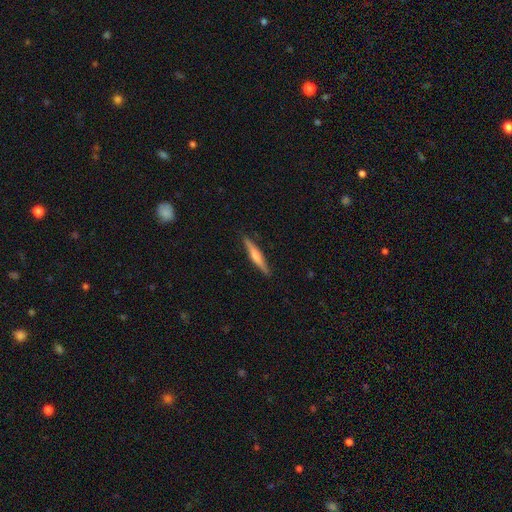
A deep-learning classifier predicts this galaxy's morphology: smooth_or_featured: smooth (p=0.48) [alt: featured or disk p=0.47]
merging: none (p=0.89) [alt: minor disturbance p=0.08]